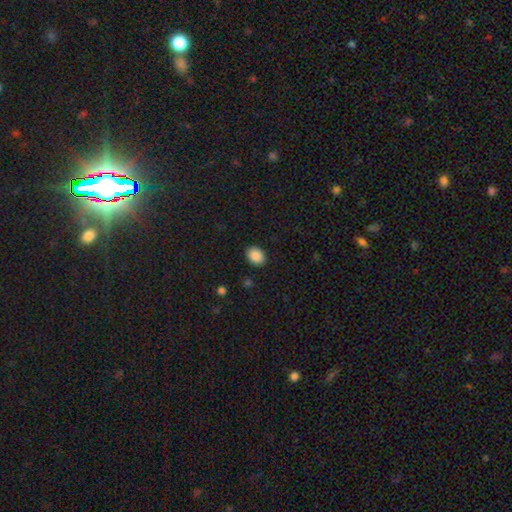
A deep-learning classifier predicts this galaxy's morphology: A smooth galaxy with no disk features (89%) that is in between round and cigar-shaped (64%).

Vote fractions:
- Smooth or featured? smooth: 89% / star or artifact: 8% / featured or disk: 3%
- How rounded? in between: 64% / round: 35% / cigar-shaped: 1%
- Merging? none: 89% / minor disturbance: 8% / major disturbance: 2% / merger: 1%